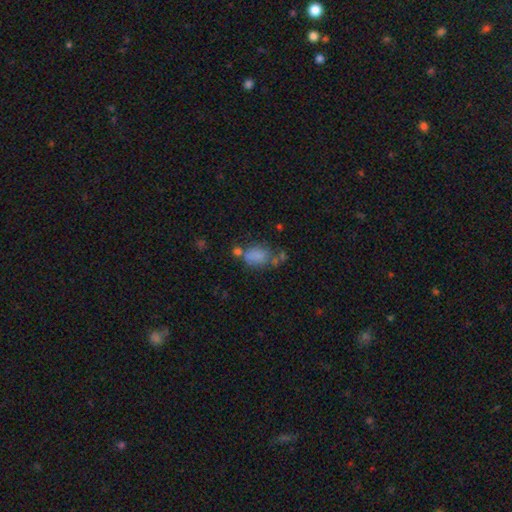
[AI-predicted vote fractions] Smooth or featured? Predicted: smooth (p=0.72). How rounded? Predicted: in between (p=0.76). Merging? Predicted: none (p=0.41).